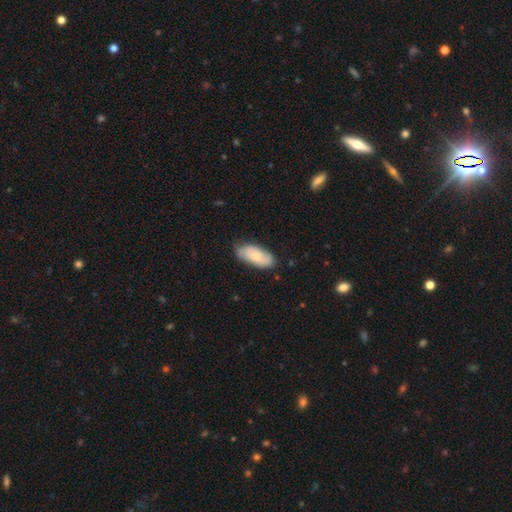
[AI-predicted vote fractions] This appears to be a smooth galaxy with no disk features (68%) that is in between round and cigar-shaped (88%). Merging: none (77%).